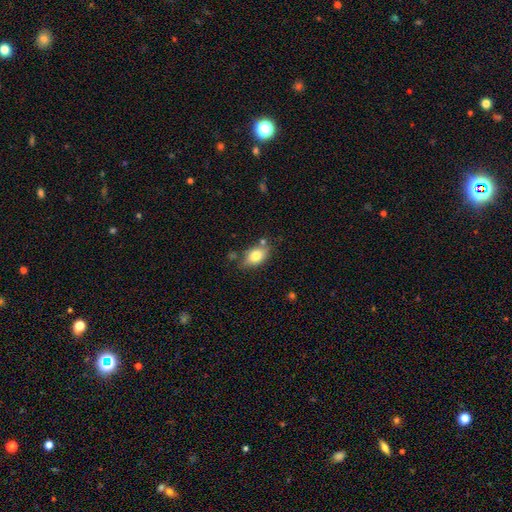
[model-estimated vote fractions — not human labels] This appears to be a smooth galaxy with no disk features (78%) that is in between round and cigar-shaped (86%). Merging: none (70%).